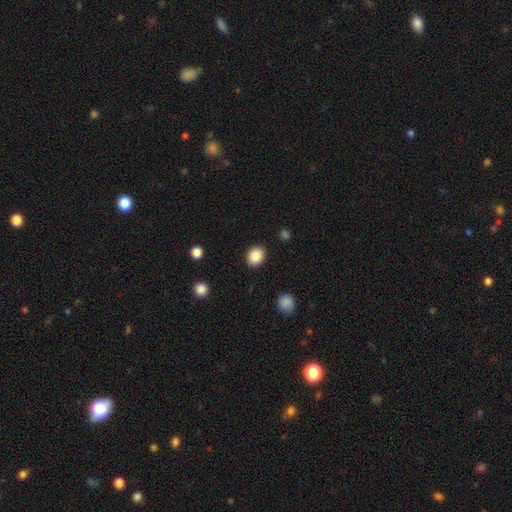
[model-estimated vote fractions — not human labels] Smooth or featured?
  - smooth: 88% *
  - star or artifact: 9%
  - featured or disk: 4%
How rounded?
  - in between: 50% *
  - round: 49%
  - cigar-shaped: 1%
Merging?
  - none: 88% *
  - minor disturbance: 8%
  - major disturbance: 2%
  - merger: 1%